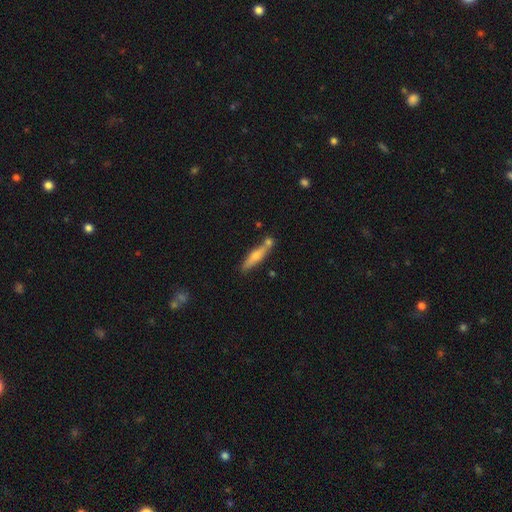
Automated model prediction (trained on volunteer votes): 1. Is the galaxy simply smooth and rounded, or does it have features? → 47% smooth (tied), 47% featured or disk (tied), 6% star or artifact.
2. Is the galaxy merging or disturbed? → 68% none, 15% merger, 14% minor disturbance, 3% major disturbance.